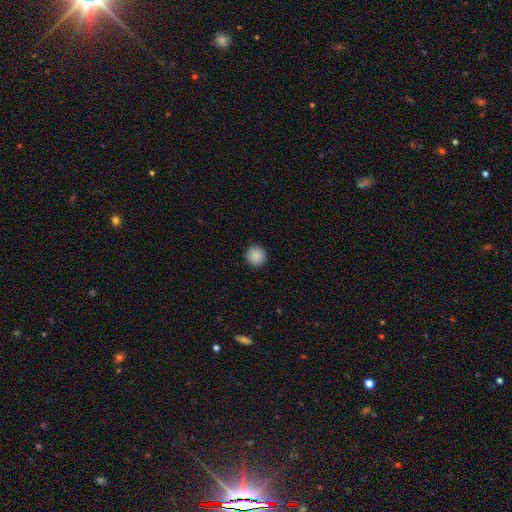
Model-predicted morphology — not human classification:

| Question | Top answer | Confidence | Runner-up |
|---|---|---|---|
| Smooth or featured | smooth | 89% | star or artifact (8%) |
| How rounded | round | 95% | in between (4%) |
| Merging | none | 93% | minor disturbance (5%) |